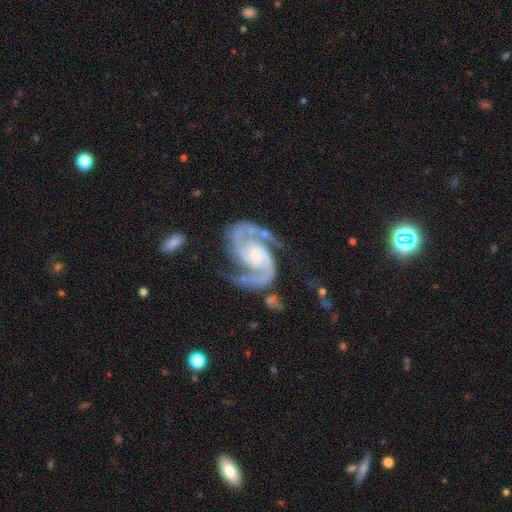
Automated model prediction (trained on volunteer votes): featured or disk 94%, star or artifact 4%, smooth 2%. Down the decision tree: edge-on disk — no (98%); bar — no (57%); spiral arms — yes (99%); spiral arm count — 2 (94%); spiral winding — medium (60%); bulge size — small (67%); merging — none (68%).